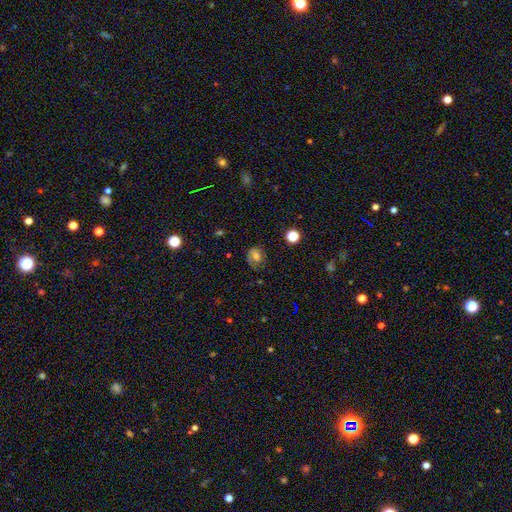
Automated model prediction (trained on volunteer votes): Overall: smooth (52%; featured or disk 28%). How rounded: round (53%; in between 46%). Merging: none (63%).